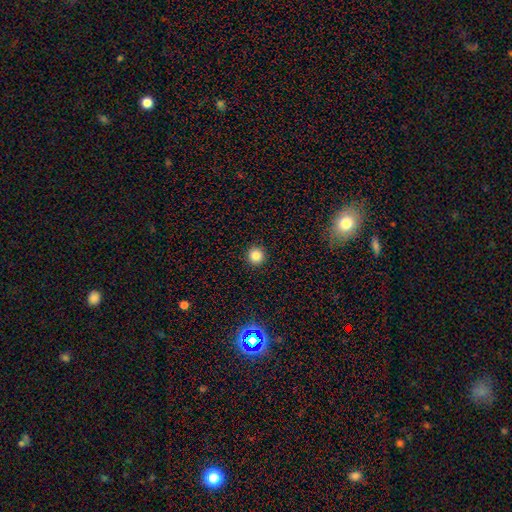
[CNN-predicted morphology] A smooth galaxy with no disk features (84%) that is round (95%). Merging: none (93%).